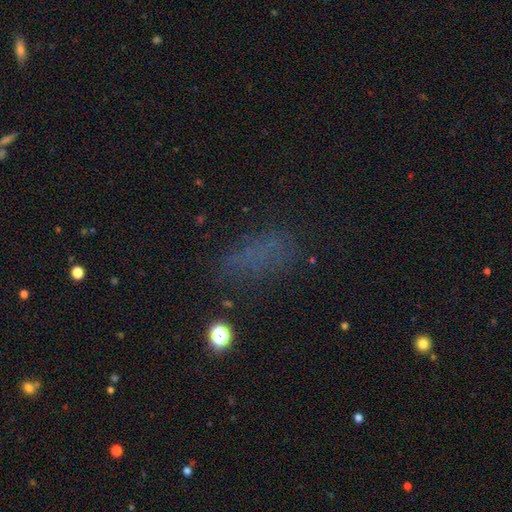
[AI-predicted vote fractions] Q: Smooth or featured?
A: smooth (57%); runner-up: star or artifact (29%)
Q: How rounded?
A: in between (75%); runner-up: cigar-shaped (15%)
Q: Merging?
A: none (65%); runner-up: minor disturbance (18%)